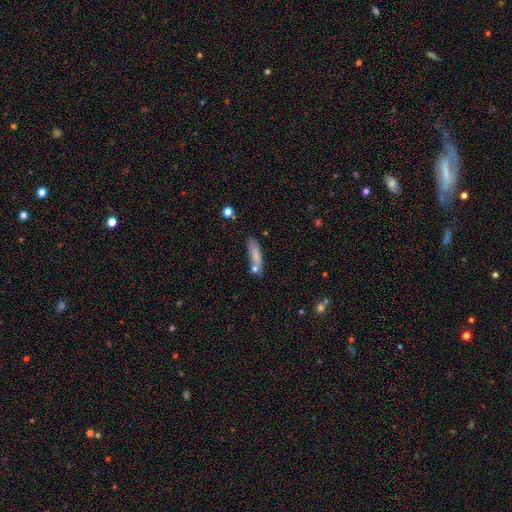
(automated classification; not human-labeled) smooth 76%, featured or disk 16%, star or artifact 8%. Down the decision tree: how rounded — cigar-shaped (66%); merging — none (63%).